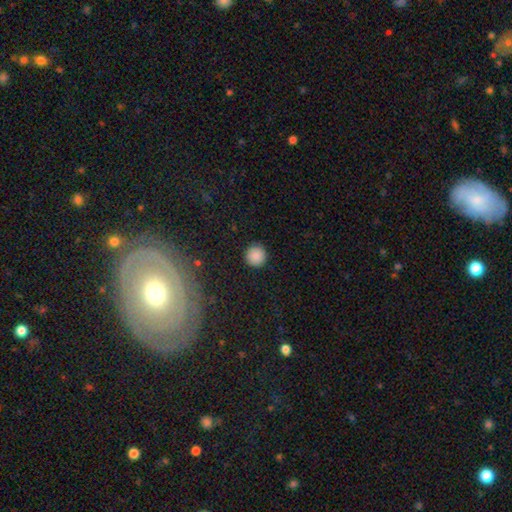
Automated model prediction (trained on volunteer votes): This is clearly a smooth galaxy (87%). How rounded: clearly round (96%). Merging: clearly none (92%).